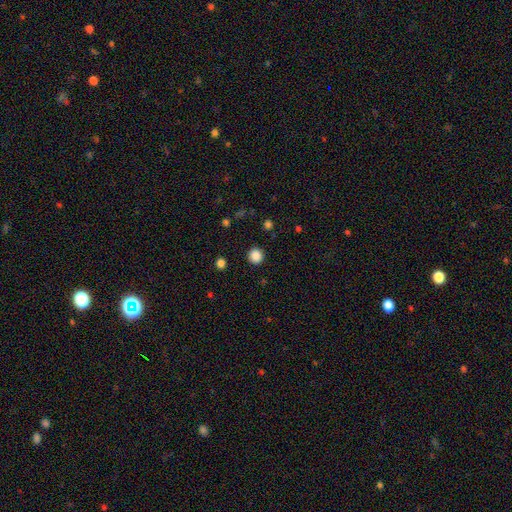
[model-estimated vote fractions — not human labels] smooth 87%, star or artifact 11%, featured or disk 3%. Down the decision tree: how rounded — round (93%); merging — none (91%).